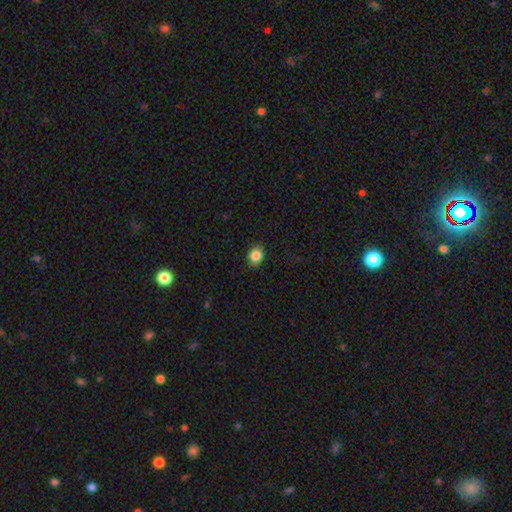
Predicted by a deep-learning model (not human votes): Smooth or featured? smooth (86%)
How rounded? round (58%)
Merging? none (88%)